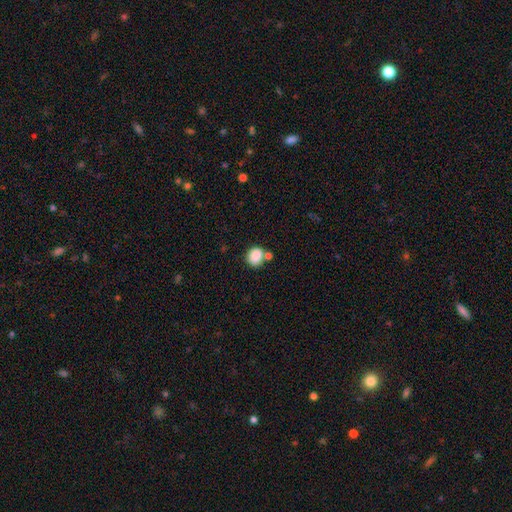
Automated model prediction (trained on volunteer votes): Smooth or featured? Predicted: smooth (p=0.87). How rounded? Predicted: round (p=0.70). Merging? Predicted: none (p=0.63).